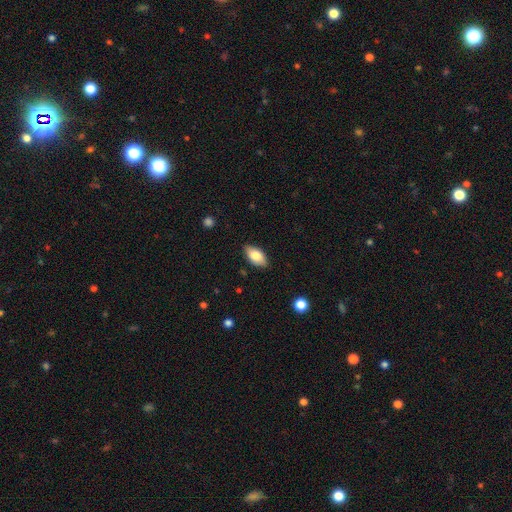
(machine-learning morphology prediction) This appears to be a smooth galaxy with no disk features (80%) that is in between round and cigar-shaped (93%). Merging: none (85%).